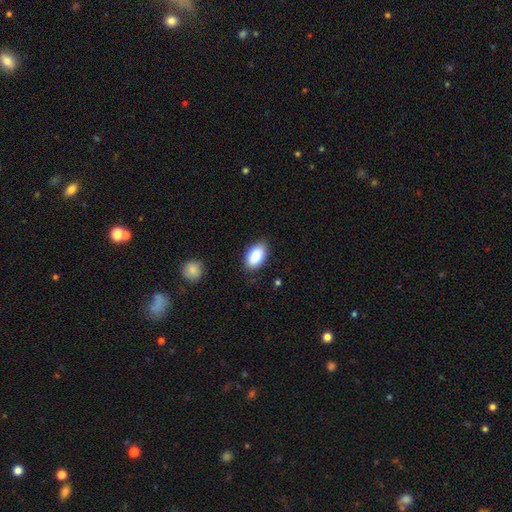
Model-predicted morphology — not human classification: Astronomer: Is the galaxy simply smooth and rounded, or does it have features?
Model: smooth — 85%.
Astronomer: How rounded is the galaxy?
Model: in between — 93%.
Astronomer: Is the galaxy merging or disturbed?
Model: none — 86%.